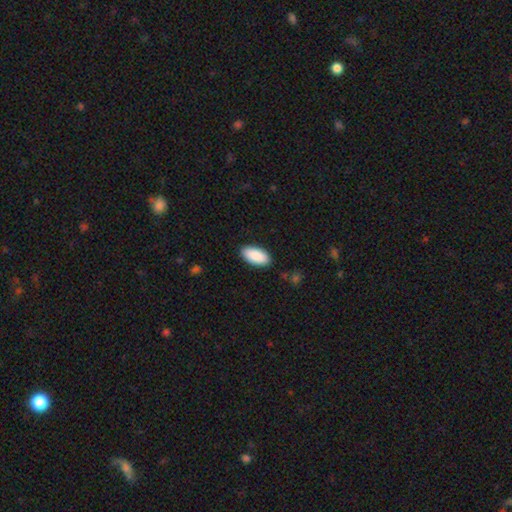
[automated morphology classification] Smooth or featured? smooth (91%)
How rounded? in between (94%)
Merging? none (89%)